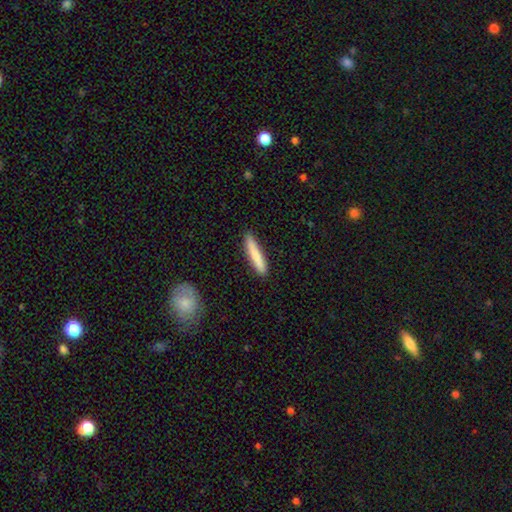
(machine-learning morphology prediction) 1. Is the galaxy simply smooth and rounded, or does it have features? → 77% smooth, 18% featured or disk, 6% star or artifact.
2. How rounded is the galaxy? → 92% cigar-shaped, 7% in between, 1% round.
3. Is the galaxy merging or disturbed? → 90% none, 7% minor disturbance, 2% major disturbance, 1% merger.